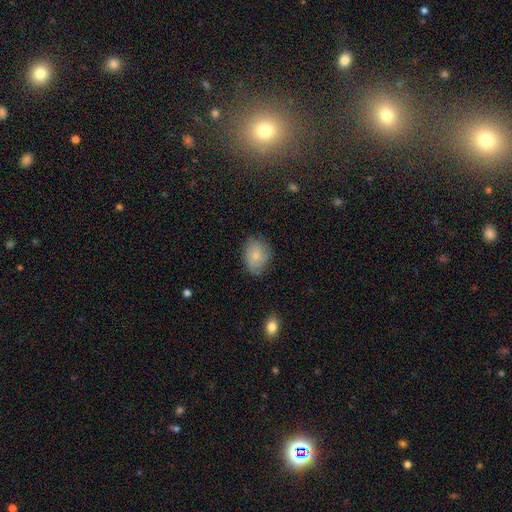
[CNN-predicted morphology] Smooth or featured?
  - smooth: 74% *
  - featured or disk: 18%
  - star or artifact: 8%
How rounded?
  - in between: 63% *
  - round: 36%
  - cigar-shaped: 1%
Merging?
  - none: 68% *
  - minor disturbance: 25%
  - major disturbance: 6%
  - merger: 1%